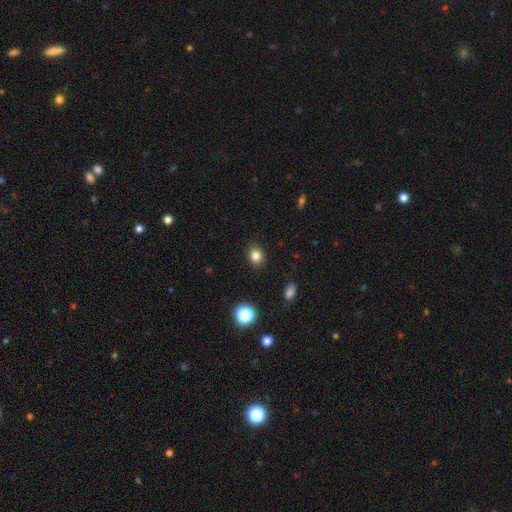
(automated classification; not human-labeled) This is clearly a smooth galaxy (82%). How rounded: possibly in between (54%). Merging: clearly none (89%).